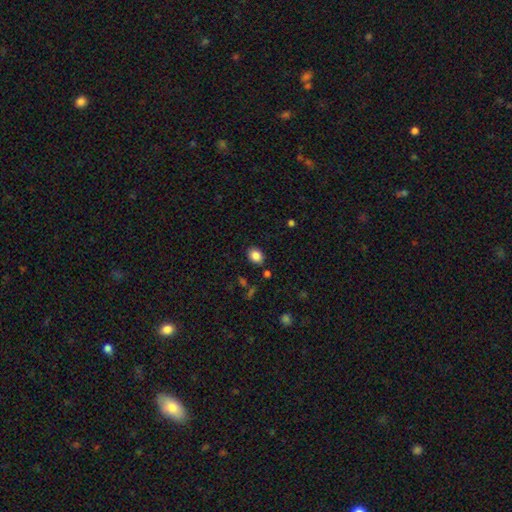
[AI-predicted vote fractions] smooth_or_featured: smooth (p=0.86) [alt: star or artifact p=0.09]
how_rounded: in between (p=0.61) [alt: round p=0.38]
merging: none (p=0.84) [alt: minor disturbance p=0.10]